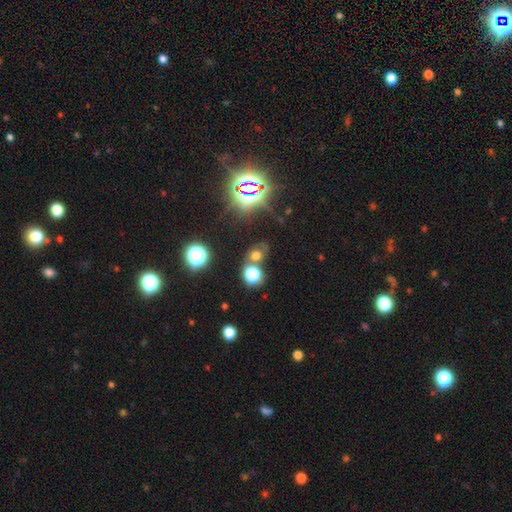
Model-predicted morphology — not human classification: smooth-or-featured: smooth: 47% | star or artifact: 39% | featured or disk: 14%
  merging: none: 56% | merger: 23% | minor disturbance: 13% | major disturbance: 8%